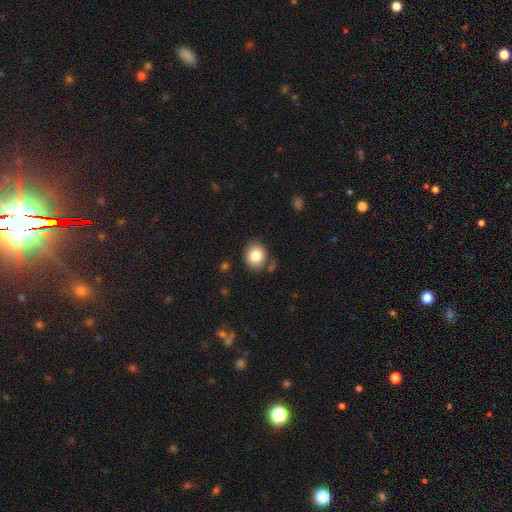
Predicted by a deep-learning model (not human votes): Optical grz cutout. It shows a smooth galaxy with no disk features (83%) that is round (65%). Merging: none (79%).